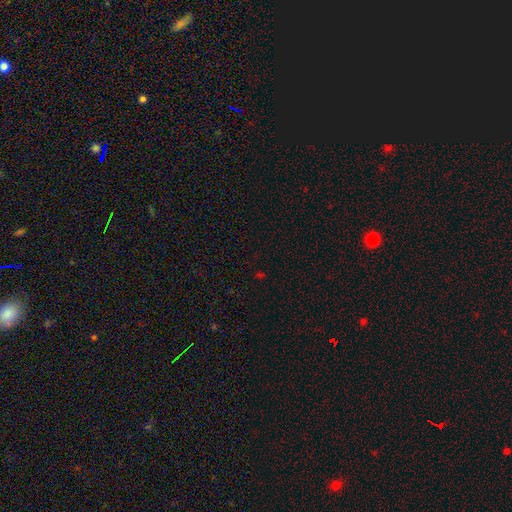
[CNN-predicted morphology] Smooth or featured? Predicted: star or artifact (p=0.65).